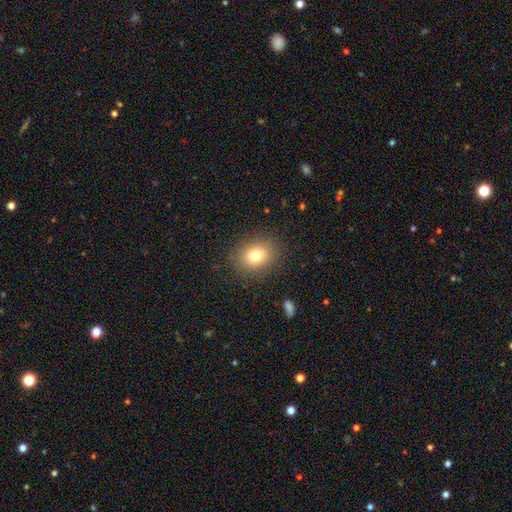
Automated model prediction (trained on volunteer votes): A smooth galaxy with no disk features (78%) that is in between round and cigar-shaped (50%). Merging: none (87%).